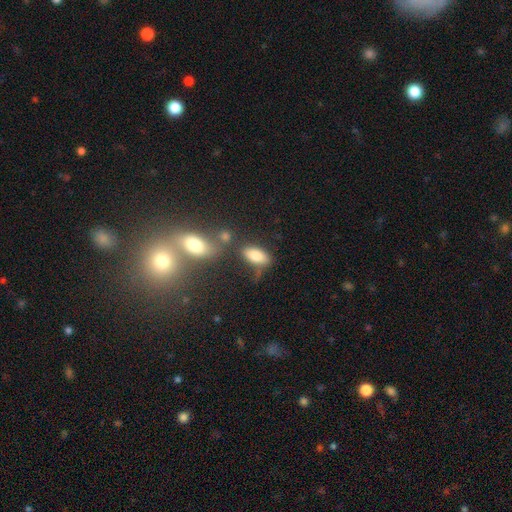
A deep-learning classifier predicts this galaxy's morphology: Smooth or featured? smooth (79%)
How rounded? in between (89%)
Merging? none (57%)